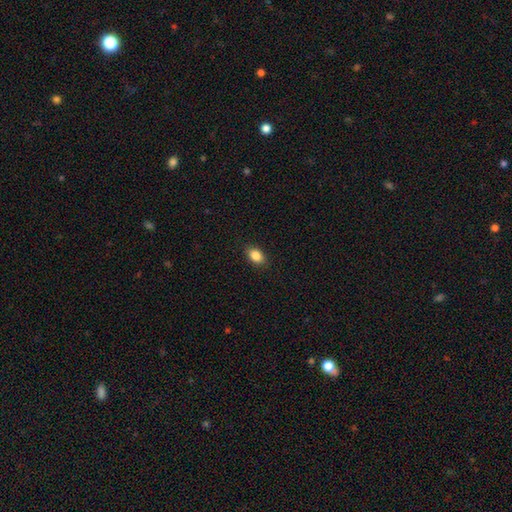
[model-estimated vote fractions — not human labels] Overall: smooth (87%). How rounded: in between (85%). Merging: none (89%).